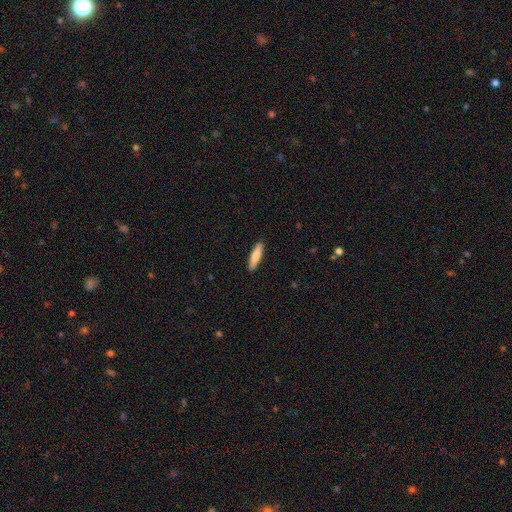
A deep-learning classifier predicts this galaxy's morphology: A smooth galaxy with no disk features (79%) that is cigar-shaped (72%). Merging: none (90%).